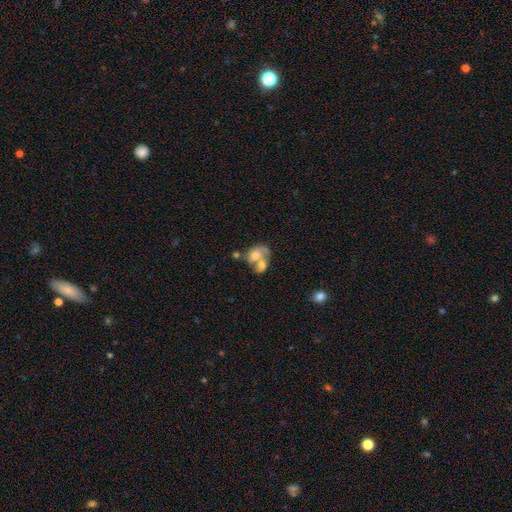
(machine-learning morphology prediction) Smooth or featured? Predicted: smooth (p=0.50). How rounded? Predicted: in between (p=0.62). Merging? Predicted: merger (p=0.73).